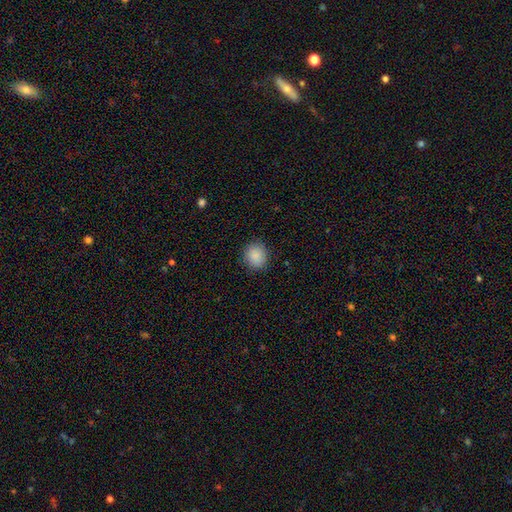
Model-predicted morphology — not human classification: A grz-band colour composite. It shows a smooth galaxy with no disk features (88%) that is round (82%). Merging: none (88%).